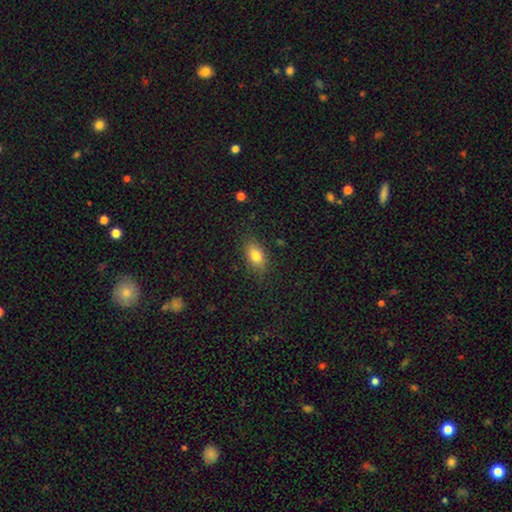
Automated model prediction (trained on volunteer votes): Smooth or featured? Predicted: smooth (p=0.79). How rounded? Predicted: in between (p=0.86). Merging? Predicted: none (p=0.83).